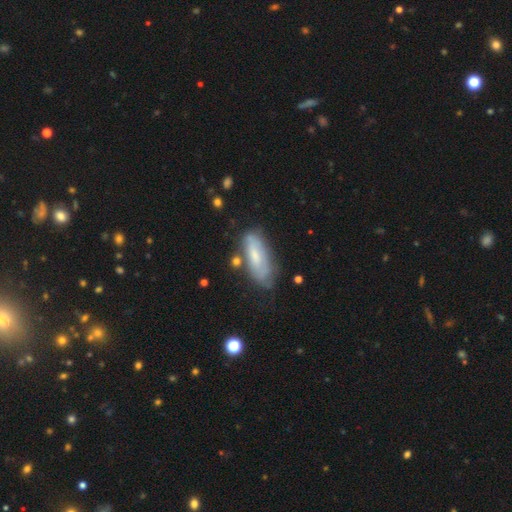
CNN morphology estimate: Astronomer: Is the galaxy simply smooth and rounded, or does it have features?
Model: smooth — 56% (runner-up: featured or disk, 37%).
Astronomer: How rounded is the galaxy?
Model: in between — 68%.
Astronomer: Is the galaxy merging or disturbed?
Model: none — 61%.